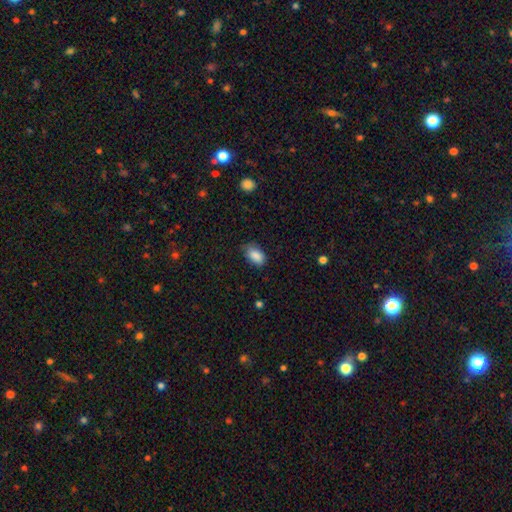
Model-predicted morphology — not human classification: smooth-or-featured: smooth: 88% | star or artifact: 8% | featured or disk: 5%
  how-rounded: in between: 91% | round: 8% | cigar-shaped: 2%
  merging: none: 69% | minor disturbance: 25% | major disturbance: 5% | merger: 1%